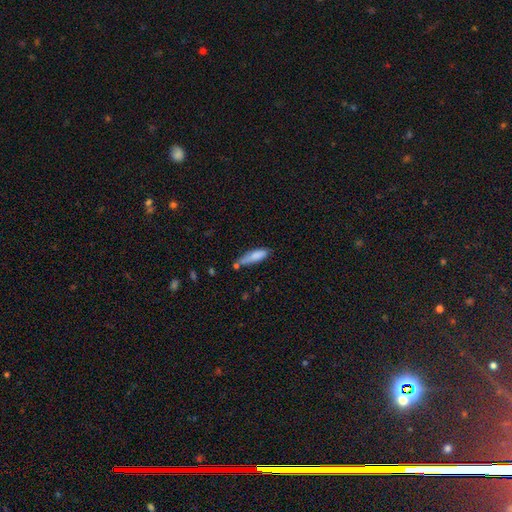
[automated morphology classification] A smooth galaxy with no disk features (82%) that is cigar-shaped (60%).

Vote fractions:
- Smooth or featured? smooth: 82% / featured or disk: 11% / star or artifact: 7%
- How rounded? cigar-shaped: 60% / in between: 38% / round: 2%
- Merging? none: 52% / minor disturbance: 29% / merger: 12% / major disturbance: 7%